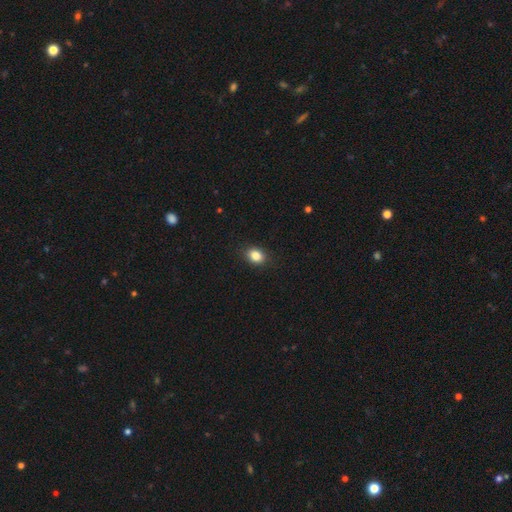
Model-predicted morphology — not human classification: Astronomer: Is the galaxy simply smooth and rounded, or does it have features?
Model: smooth — 85%.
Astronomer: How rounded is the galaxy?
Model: in between — 63%.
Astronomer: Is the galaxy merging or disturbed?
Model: none — 87%.